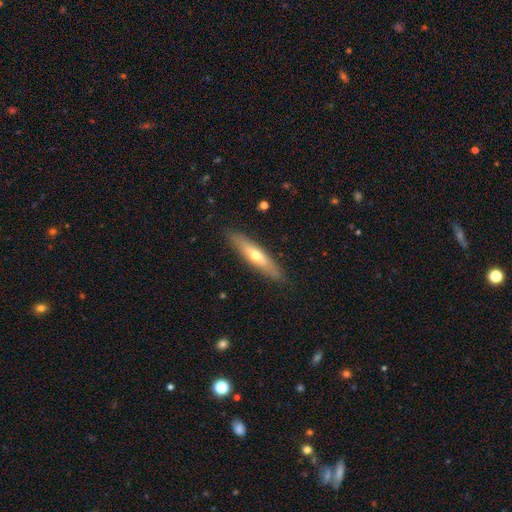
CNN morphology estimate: Q: Smooth or featured?
A: smooth (50%); runner-up: featured or disk (44%)
Q: How rounded?
A: cigar-shaped (79%); runner-up: in between (19%)
Q: Merging?
A: none (87%); runner-up: minor disturbance (10%)